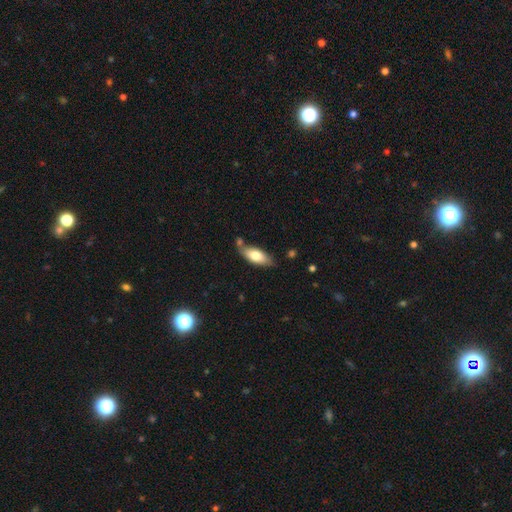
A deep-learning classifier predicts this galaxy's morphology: Q: Smooth or featured?
A: smooth (72%); runner-up: featured or disk (22%)
Q: How rounded?
A: in between (79%); runner-up: cigar-shaped (19%)
Q: Merging?
A: none (65%); runner-up: minor disturbance (20%)